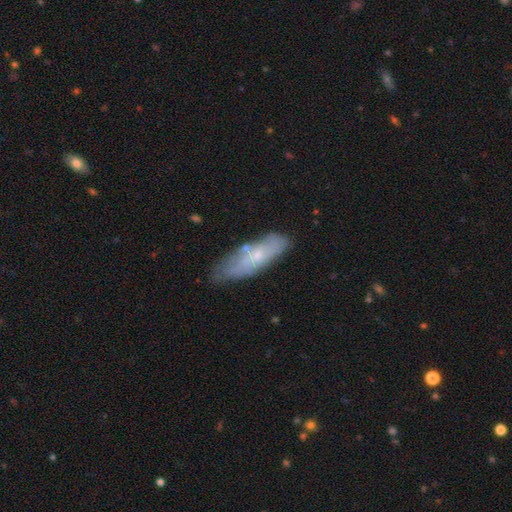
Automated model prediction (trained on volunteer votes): Morphology: type=smooth (52%); roundness=in between (52%); merging=none (62%).